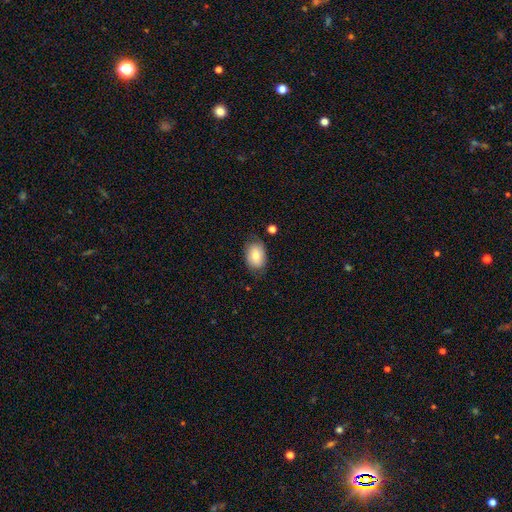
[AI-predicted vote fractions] Smooth or featured: smooth — 75% (featured or disk — 17%)
How rounded: in between — 80% (round — 19%)
Merging: none — 72% (minor disturbance — 21%)